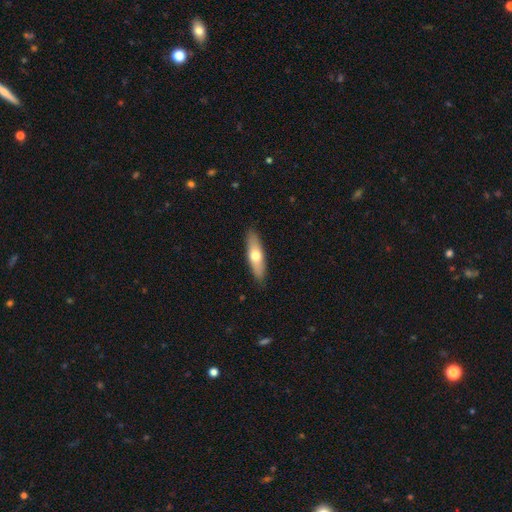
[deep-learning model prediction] Overall: smooth (61%; featured or disk 34%). How rounded: cigar-shaped (55%; in between 43%). Merging: none (89%).